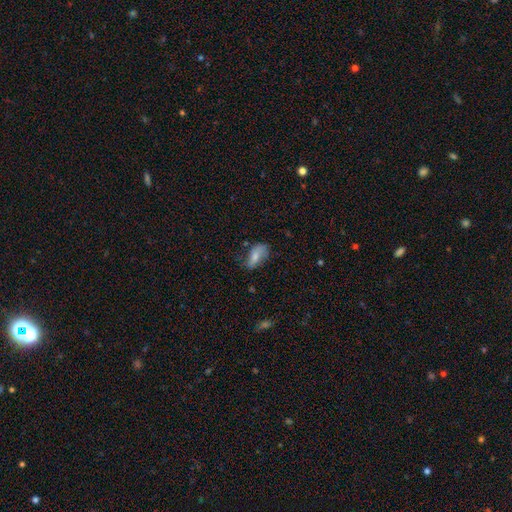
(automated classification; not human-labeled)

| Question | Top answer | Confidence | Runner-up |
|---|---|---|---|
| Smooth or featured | smooth | 70% | featured or disk (22%) |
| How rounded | in between | 88% | cigar-shaped (8%) |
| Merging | none | 52% | minor disturbance (31%) |